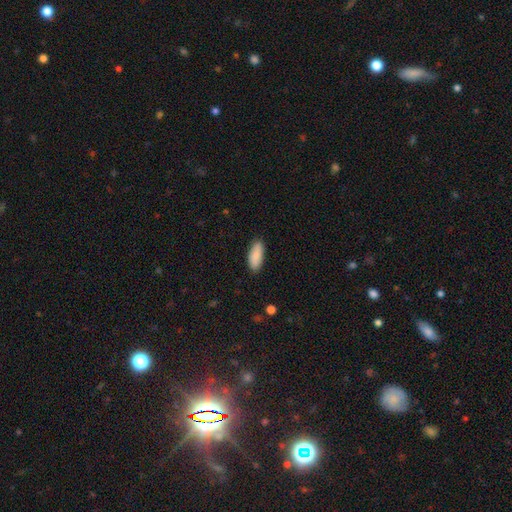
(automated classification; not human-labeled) Smooth or featured? smooth (88%)
How rounded? in between (80%)
Merging? none (88%)